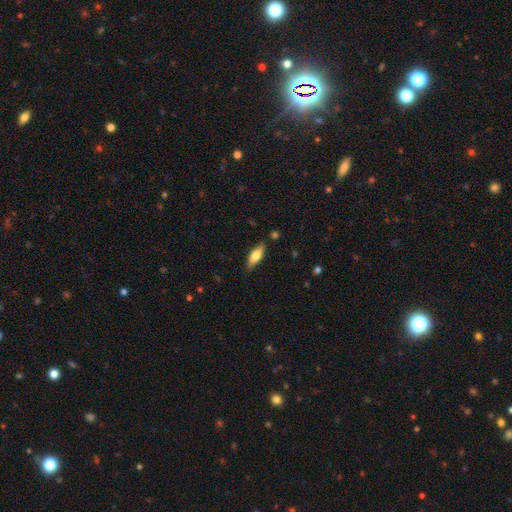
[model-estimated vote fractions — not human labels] Smooth or featured? smooth (66%)
How rounded? in between (65%)
Merging? none (82%)